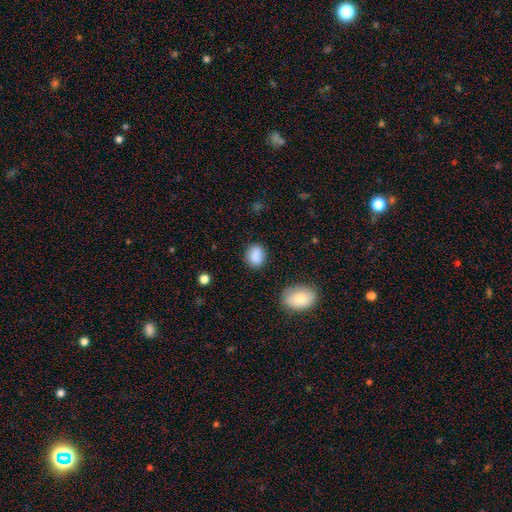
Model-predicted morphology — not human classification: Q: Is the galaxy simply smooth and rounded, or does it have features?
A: smooth — 86%.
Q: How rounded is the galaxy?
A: in between — 51%.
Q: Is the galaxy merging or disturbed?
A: none — 80%.